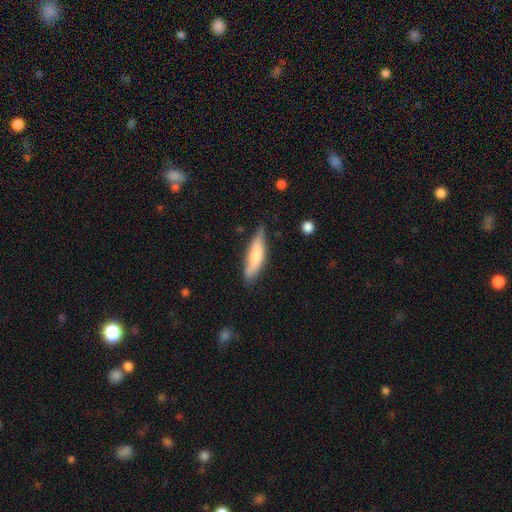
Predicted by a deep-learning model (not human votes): A smooth galaxy with no disk features (68%) that is cigar-shaped (67%).

Vote fractions:
- Smooth or featured? smooth: 68% / featured or disk: 26% / star or artifact: 6%
- How rounded? cigar-shaped: 67% / in between: 31% / round: 2%
- Merging? none: 68% / minor disturbance: 25% / major disturbance: 4% / merger: 2%